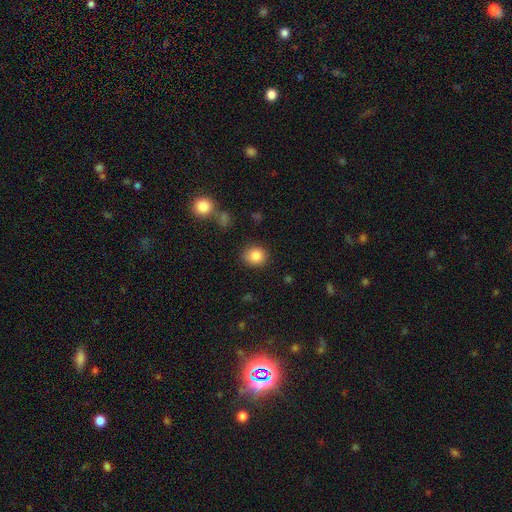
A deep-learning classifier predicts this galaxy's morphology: Smooth or featured: smooth — 85% (star or artifact — 9%)
How rounded: round — 74% (in between — 25%)
Merging: none — 81% (minor disturbance — 13%)